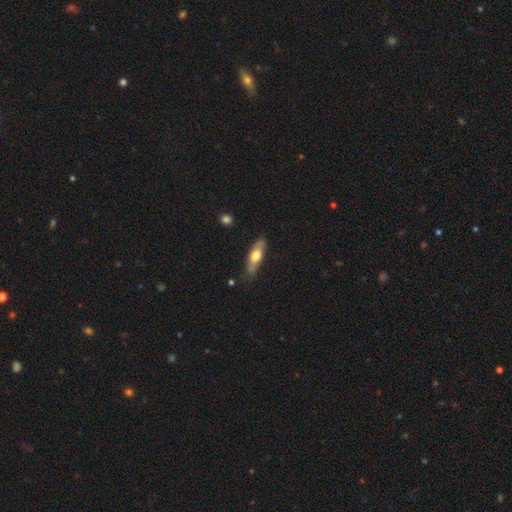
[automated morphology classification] A smooth galaxy with no disk features (54%) that is in between round and cigar-shaped (50%). Merging: none (75%).